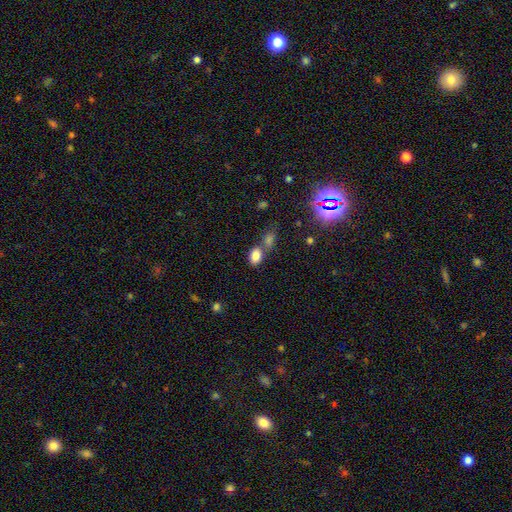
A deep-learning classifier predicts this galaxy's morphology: This appears to be a smooth galaxy with no disk features (81%) that is in between round and cigar-shaped (85%). Merging: none (52%).